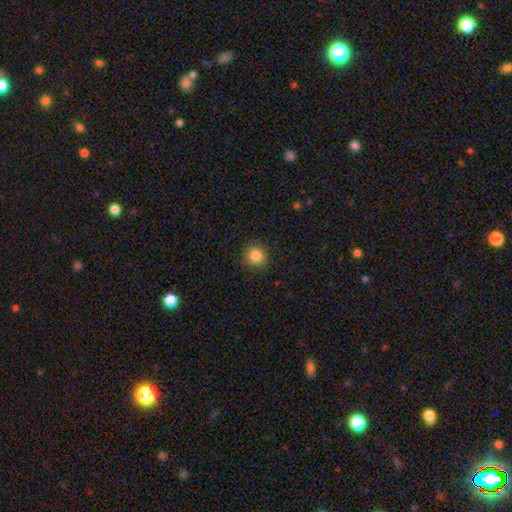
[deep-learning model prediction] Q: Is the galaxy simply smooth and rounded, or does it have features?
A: smooth — 84%.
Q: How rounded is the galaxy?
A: round — 93%.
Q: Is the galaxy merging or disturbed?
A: none — 91%.